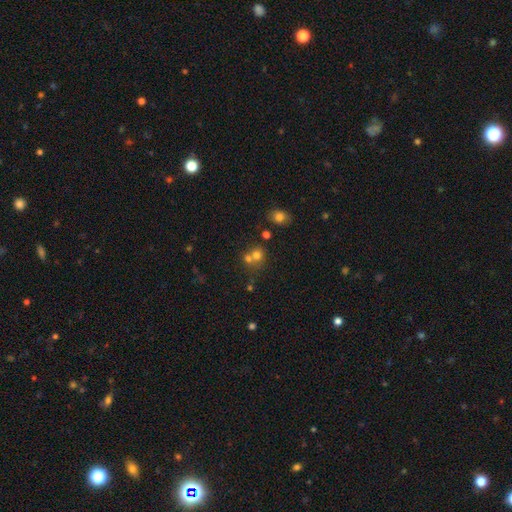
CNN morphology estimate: Smooth or featured: smooth — 67% (star or artifact — 19%)
How rounded: round — 81% (in between — 18%)
Merging: merger — 45% (none — 44%)